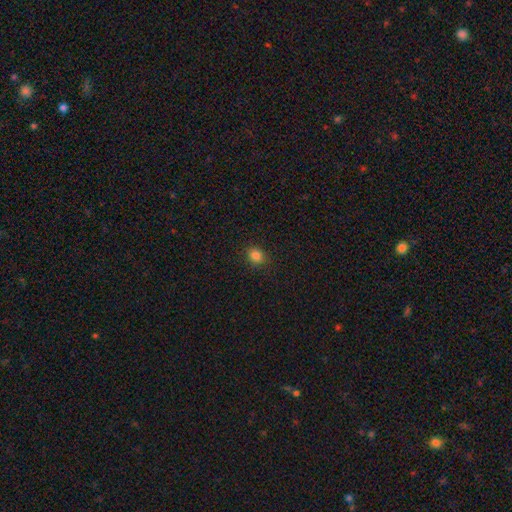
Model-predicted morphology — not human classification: This is clearly a smooth galaxy (83%). How rounded: likely round (68%). Merging: clearly none (89%).